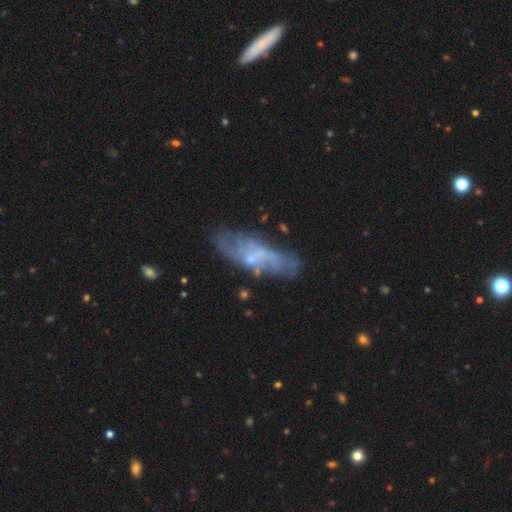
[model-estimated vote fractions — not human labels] This is likely a featured or disk galaxy (61%). It is likely not viewed edge-on (76%). Merging: likely none (64%).